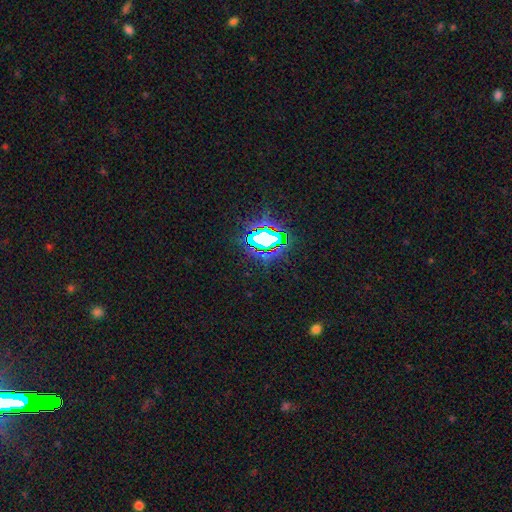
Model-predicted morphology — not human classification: smooth_or_featured: star or artifact (p=0.80) [alt: smooth p=0.13]